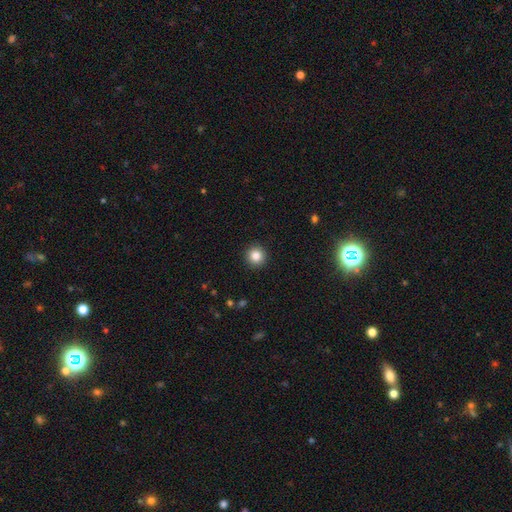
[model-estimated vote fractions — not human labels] smooth 86%, star or artifact 10%, featured or disk 4%. Down the decision tree: how rounded — round (95%); merging — none (92%).